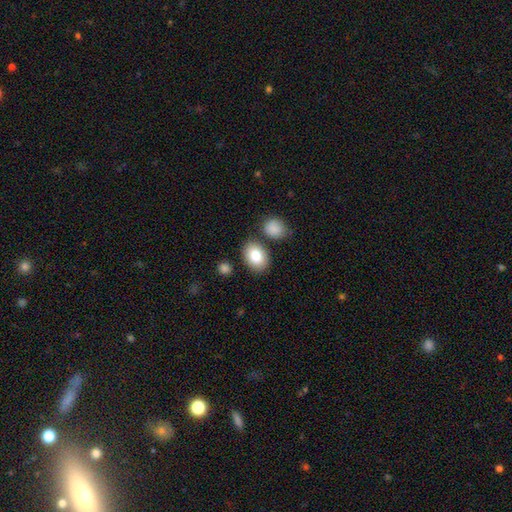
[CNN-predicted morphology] smooth_or_featured: smooth (p=0.83) [alt: featured or disk p=0.10]
how_rounded: in between (p=0.77) [alt: round p=0.22]
merging: none (p=0.78) [alt: minor disturbance p=0.11]